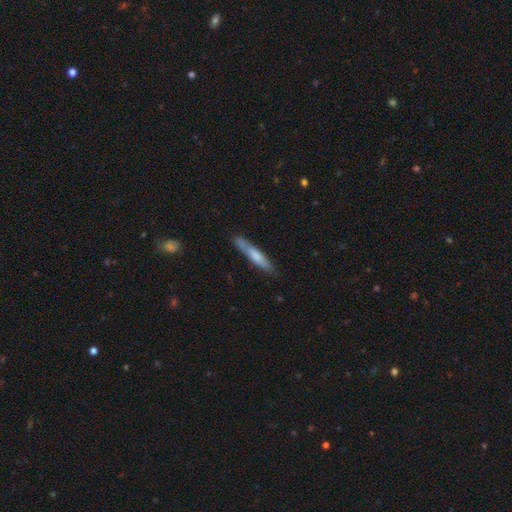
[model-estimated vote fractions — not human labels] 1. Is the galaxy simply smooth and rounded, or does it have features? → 64% smooth, 31% featured or disk, 6% star or artifact.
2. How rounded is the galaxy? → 91% cigar-shaped, 8% in between, 1% round.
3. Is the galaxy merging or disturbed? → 77% none, 17% minor disturbance, 3% major disturbance, 3% merger.